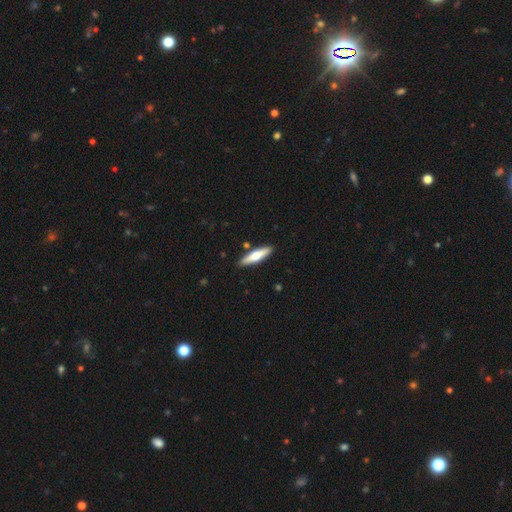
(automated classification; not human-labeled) This is possibly a smooth galaxy (55%). How rounded: likely cigar-shaped (76%). Merging: clearly none (87%).